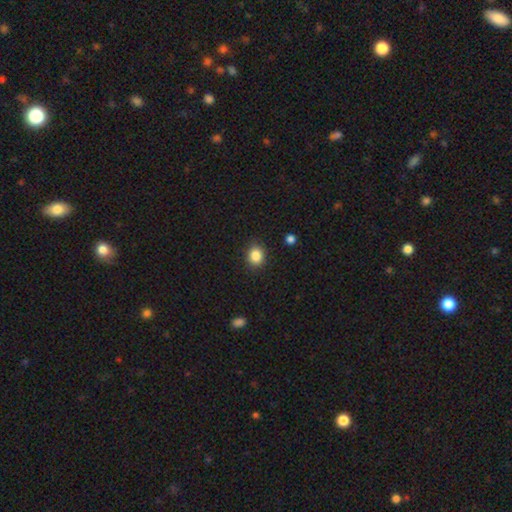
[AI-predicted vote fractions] A smooth galaxy with no disk features (86%) that is round (63%).

Vote fractions:
- Smooth or featured? smooth: 86% / star or artifact: 10% / featured or disk: 4%
- How rounded? round: 63% / in between: 36% / cigar-shaped: 1%
- Merging? none: 88% / minor disturbance: 8% / major disturbance: 2% / merger: 1%